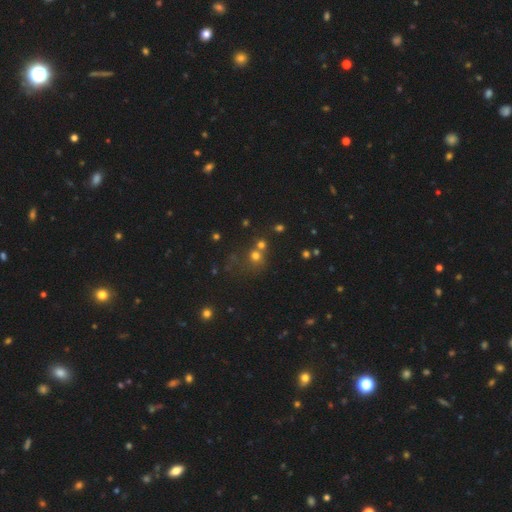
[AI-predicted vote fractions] Smooth or featured?
  - smooth: 63% *
  - star or artifact: 26%
  - featured or disk: 11%
How rounded?
  - round: 86% *
  - in between: 13%
  - cigar-shaped: 1%
Merging?
  - none: 49% *
  - merger: 36%
  - minor disturbance: 9%
  - major disturbance: 6%